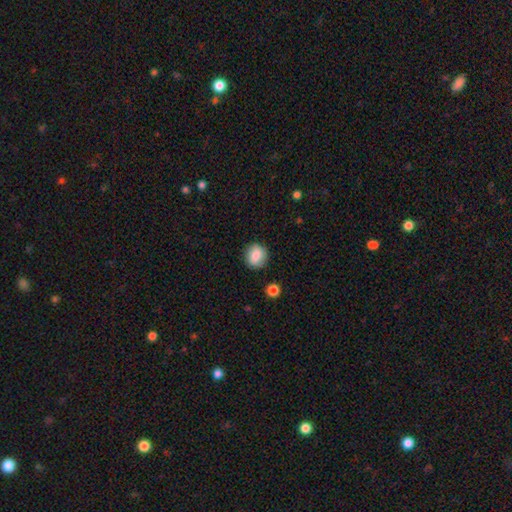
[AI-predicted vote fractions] Morphology: type=smooth (84%); roundness=round (80%); merging=none (87%).